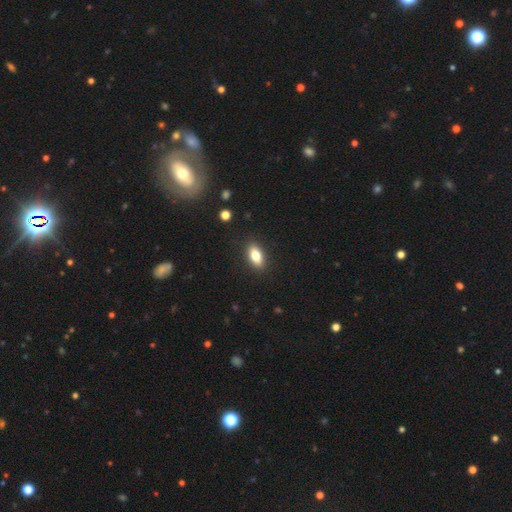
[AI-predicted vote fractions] Morphology: type=smooth (79%); roundness=in between (86%); merging=none (89%).